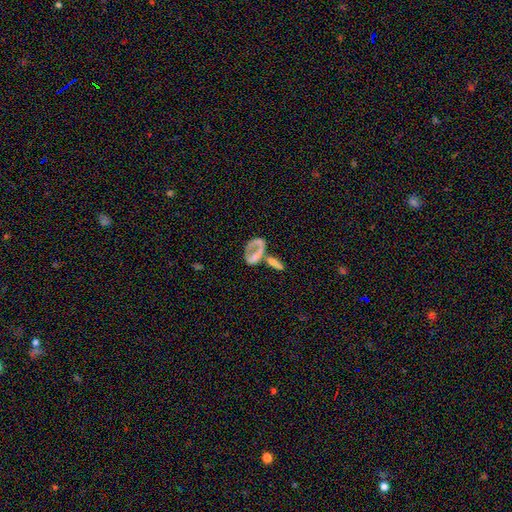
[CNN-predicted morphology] featured or disk 46%, smooth 43%, star or artifact 11%. Down the decision tree: merging — merger (43%).